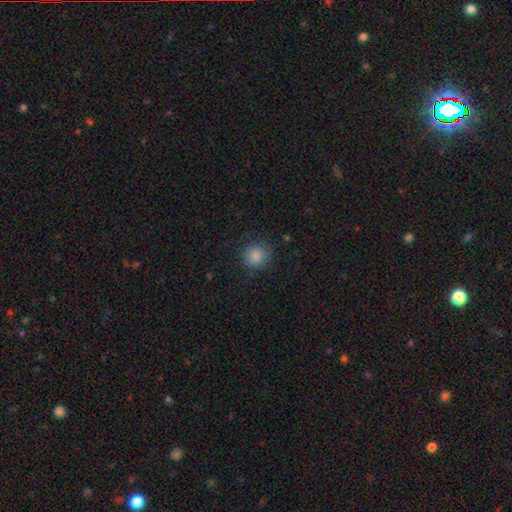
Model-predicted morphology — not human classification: smooth-or-featured: smooth: 85% | star or artifact: 10% | featured or disk: 5%
  how-rounded: round: 86% | in between: 13% | cigar-shaped: 1%
  merging: none: 84% | minor disturbance: 11% | major disturbance: 4% | merger: 1%